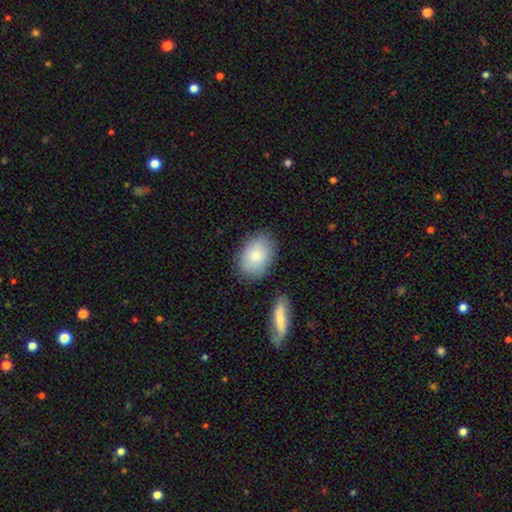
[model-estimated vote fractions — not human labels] Smooth or featured? smooth (82%)
How rounded? in between (84%)
Merging? none (82%)